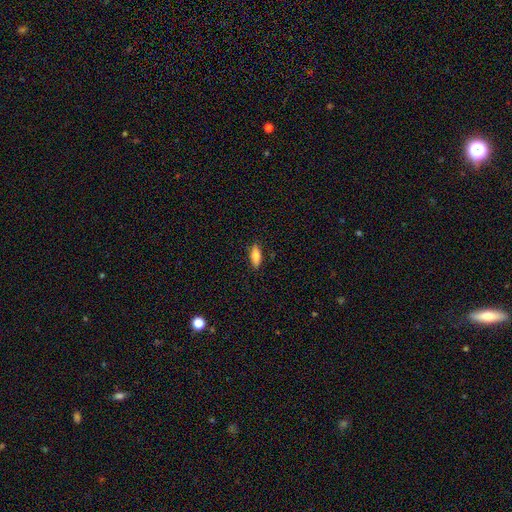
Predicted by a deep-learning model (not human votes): Smooth or featured? Predicted: smooth (p=0.82). How rounded? Predicted: in between (p=0.73). Merging? Predicted: none (p=0.87).